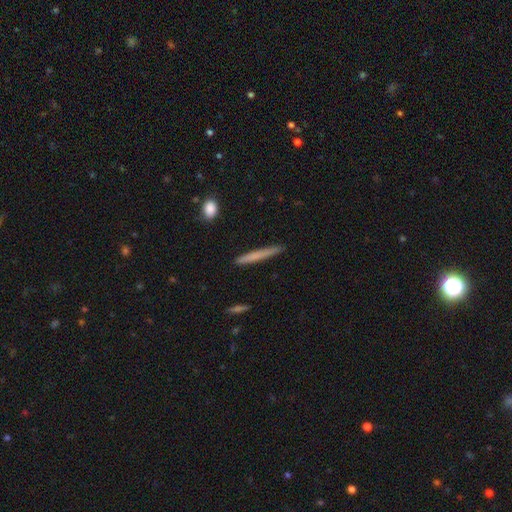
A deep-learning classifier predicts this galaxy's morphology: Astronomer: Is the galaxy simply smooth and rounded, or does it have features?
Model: smooth — 66%.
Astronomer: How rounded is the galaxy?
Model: cigar-shaped — 96%.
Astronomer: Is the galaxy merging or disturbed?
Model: none — 90%.